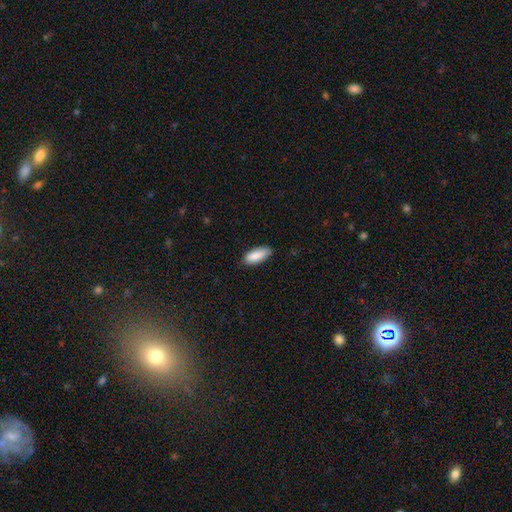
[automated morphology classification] The model was most divided on "how rounded": in between: 76%, cigar-shaped: 22%, round: 2%. More confident: smooth or featured — smooth (89%); merging — none (83%).